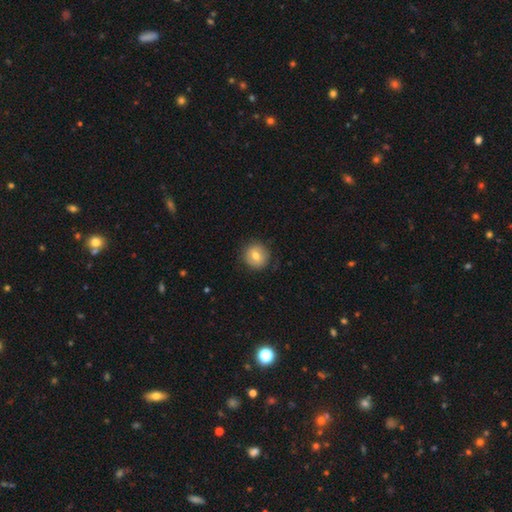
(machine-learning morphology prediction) Smooth or featured?
  - smooth: 71% *
  - featured or disk: 20%
  - star or artifact: 9%
How rounded?
  - round: 92% *
  - in between: 7%
  - cigar-shaped: 1%
Merging?
  - none: 86% *
  - minor disturbance: 10%
  - major disturbance: 3%
  - merger: 1%